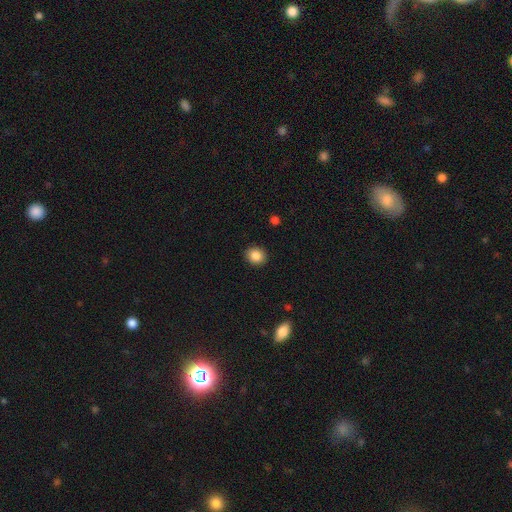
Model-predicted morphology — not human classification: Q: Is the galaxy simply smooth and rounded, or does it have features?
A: smooth — 87%.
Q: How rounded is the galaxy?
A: round — 73%.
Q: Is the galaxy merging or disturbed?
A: none — 90%.